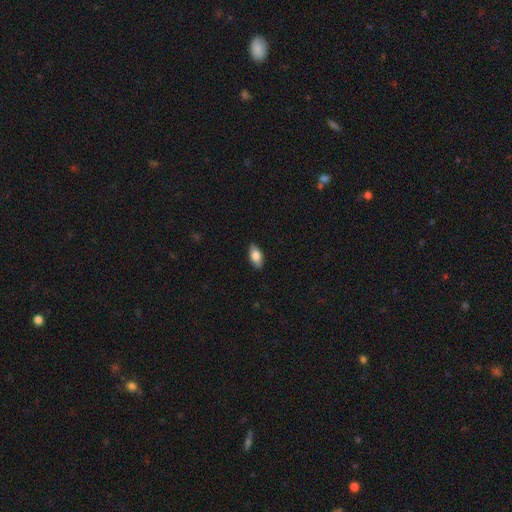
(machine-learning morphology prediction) Smooth or featured: smooth — 79% (featured or disk — 15%)
How rounded: in between — 89% (cigar-shaped — 7%)
Merging: none — 87% (minor disturbance — 10%)